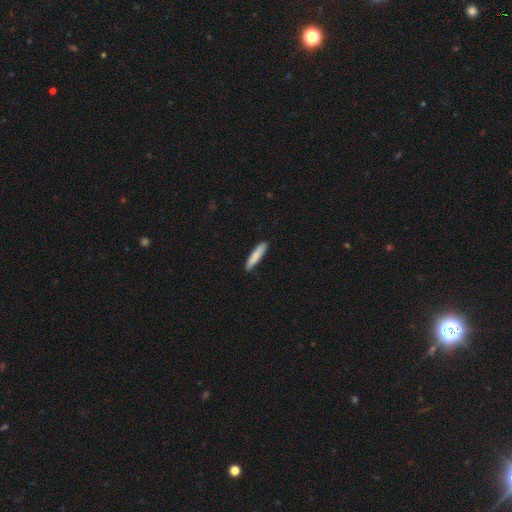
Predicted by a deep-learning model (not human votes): The model was most divided on "smooth or featured": smooth: 84%, featured or disk: 11%, star or artifact: 5%. More confident: merging — none (88%); how rounded — cigar-shaped (87%).